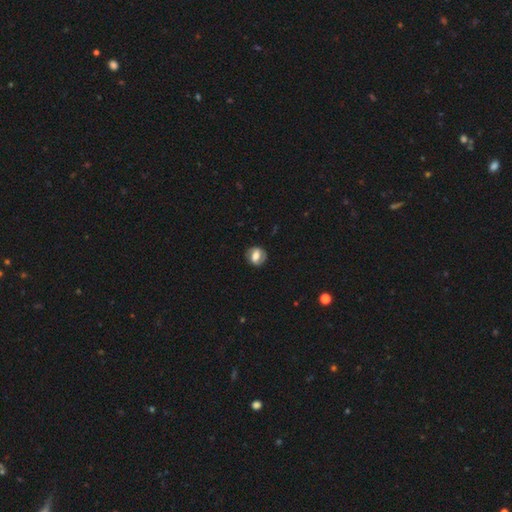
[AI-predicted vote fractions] smooth_or_featured: featured or disk (p=0.48) [alt: smooth p=0.44]
merging: none (p=0.82) [alt: minor disturbance p=0.12]